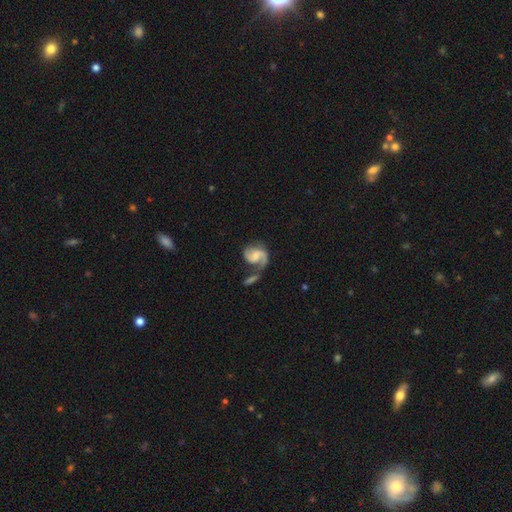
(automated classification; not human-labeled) smooth-or-featured: featured or disk: 82% | smooth: 12% | star or artifact: 5%
  disk-edge-on: no: 98% | yes: 2%
    bar: no: 48% | weak: 41% | strong: 11%
    has-spiral-arms: yes: 96% | no: 4%
      spiral-winding: medium: 50% | loose: 29% | tight: 21%
      spiral-arm-count: 2: 73% | 1: 21% | can't tell: 3% | 3: 1% | 4: 1% | more than 4: 1%
    bulge-size: small: 37% | moderate: 29% | none: 26% | large: 6% | dominant: 2%
  merging: none: 45% | merger: 21% | minor disturbance: 18% | major disturbance: 16%